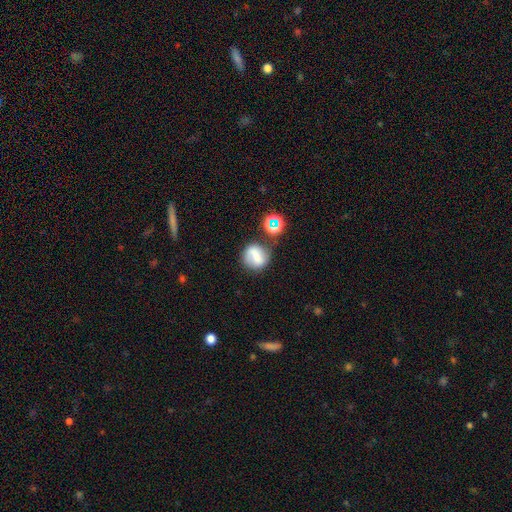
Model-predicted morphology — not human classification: This appears to be a smooth galaxy with no disk features (47%). Merging: none (62%).